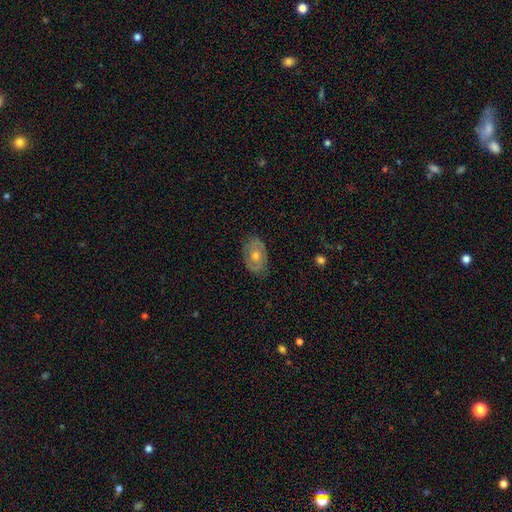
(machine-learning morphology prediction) This appears to be a featured or disk galaxy (54%). Merging: none (82%).